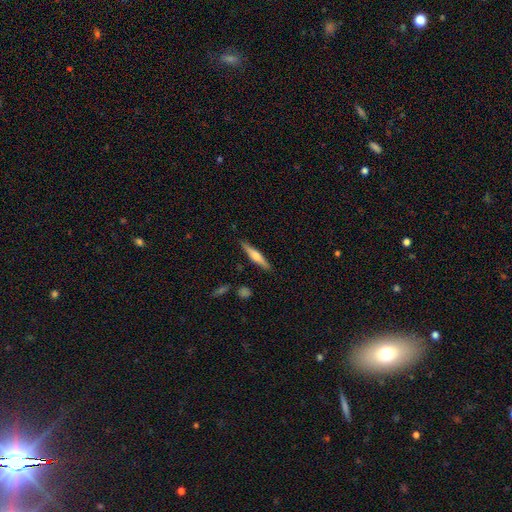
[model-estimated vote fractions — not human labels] The model was most divided on "smooth or featured": featured or disk: 54%, smooth: 40%, star or artifact: 6%. More confident: edge-on disk — yes (96%); merging — none (89%); edge-on bulge — rounded (88%).